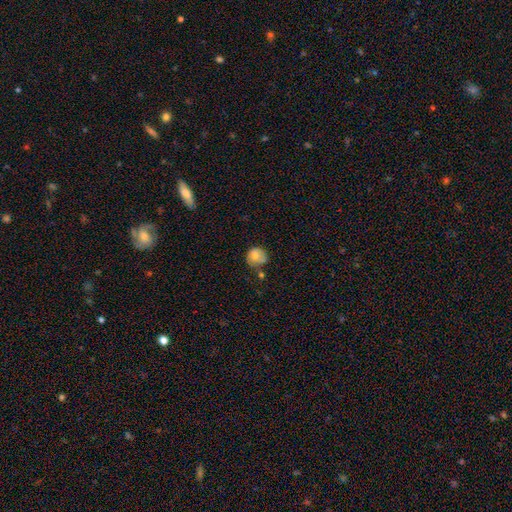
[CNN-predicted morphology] A smooth galaxy with no disk features (75%) that is round (78%).

Vote fractions:
- Smooth or featured? smooth: 75% / featured or disk: 16% / star or artifact: 9%
- How rounded? round: 78% / in between: 21% / cigar-shaped: 1%
- Merging? none: 47% / minor disturbance: 29% / merger: 13% / major disturbance: 11%